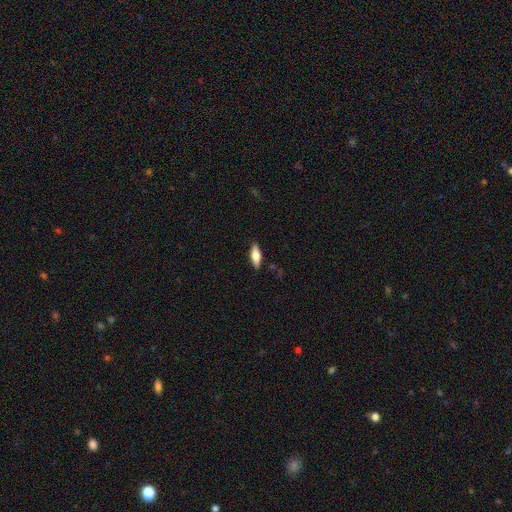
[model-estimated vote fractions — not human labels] Q: Smooth or featured?
A: smooth (64%); runner-up: featured or disk (29%)
Q: How rounded?
A: in between (65%); runner-up: cigar-shaped (32%)
Q: Merging?
A: none (87%); runner-up: minor disturbance (10%)